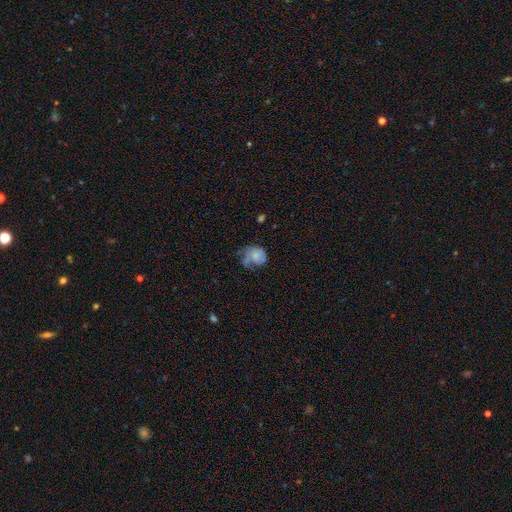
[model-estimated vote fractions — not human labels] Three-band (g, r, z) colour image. It shows a smooth galaxy with no disk features (60%) that is round (58%). Merging: none (33%).